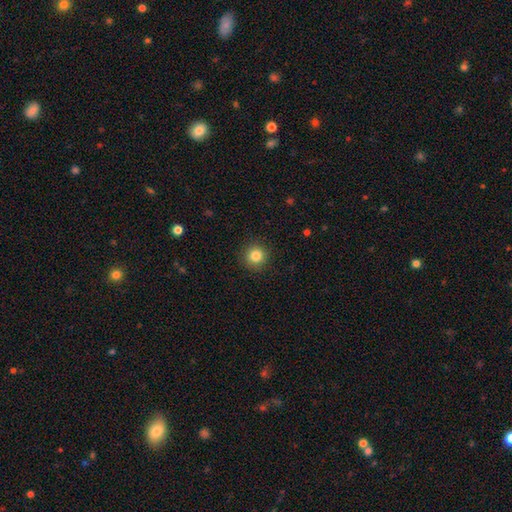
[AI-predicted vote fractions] smooth 84%, star or artifact 11%, featured or disk 5%. Down the decision tree: how rounded — round (95%); merging — none (91%).